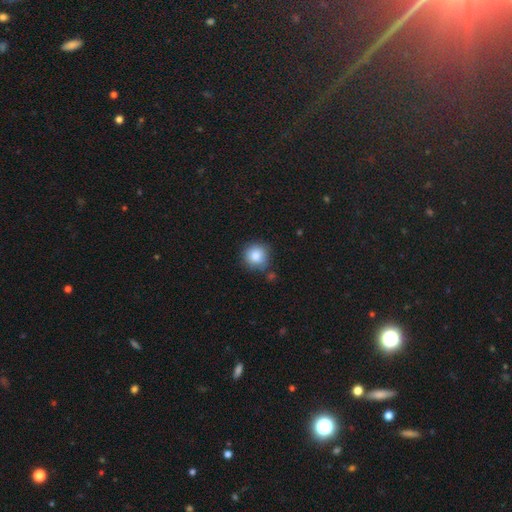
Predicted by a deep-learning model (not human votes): Smooth or featured? smooth (84%)
How rounded? round (92%)
Merging? none (77%)